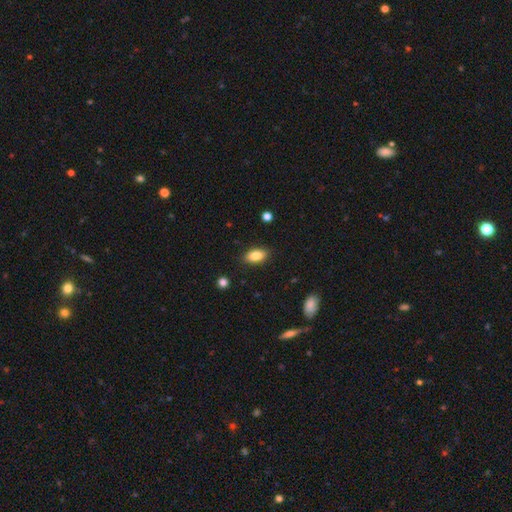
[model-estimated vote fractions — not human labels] Smooth or featured? smooth (84%)
How rounded? in between (90%)
Merging? none (87%)